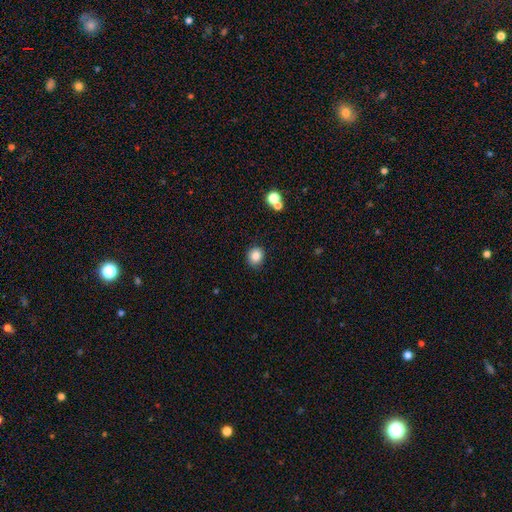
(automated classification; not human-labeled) This appears to be a smooth galaxy with no disk features (85%) that is round (76%). Merging: none (86%).